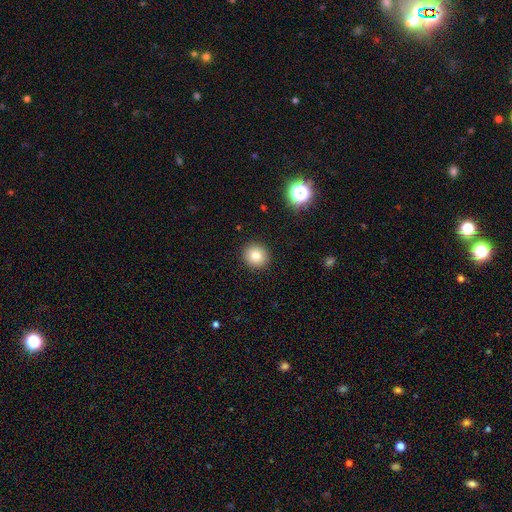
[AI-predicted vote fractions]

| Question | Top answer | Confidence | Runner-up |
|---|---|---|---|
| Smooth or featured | smooth | 80% | star or artifact (12%) |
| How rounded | round | 90% | in between (9%) |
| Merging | none | 92% | minor disturbance (5%) |